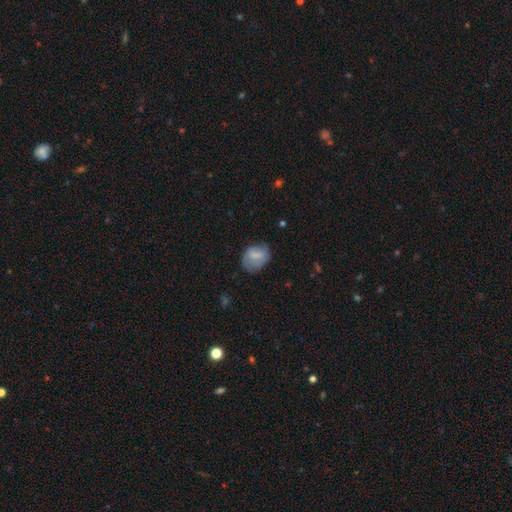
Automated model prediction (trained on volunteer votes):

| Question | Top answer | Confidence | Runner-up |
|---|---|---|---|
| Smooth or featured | smooth | 70% | featured or disk (22%) |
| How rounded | in between | 61% | round (37%) |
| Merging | none | 57% | minor disturbance (30%) |